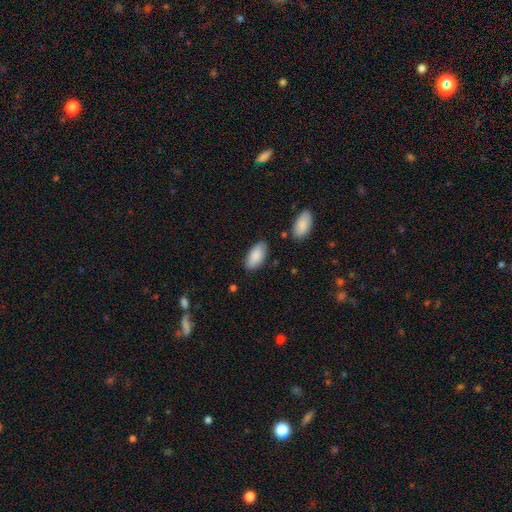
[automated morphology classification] This appears to be a smooth galaxy with no disk features (88%) that is in between round and cigar-shaped (94%). Merging: none (80%).